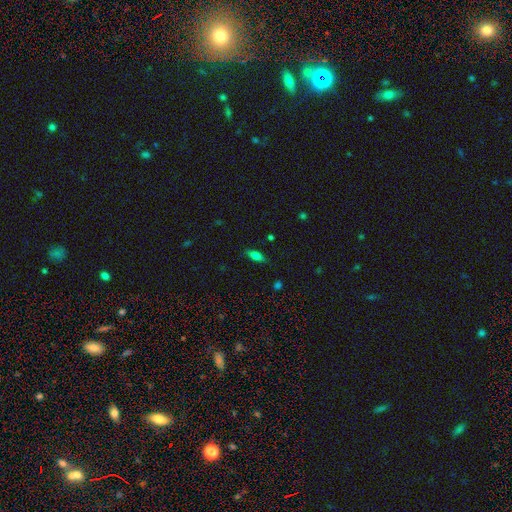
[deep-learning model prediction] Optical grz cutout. It shows a smooth galaxy with no disk features (70%) that is in between round and cigar-shaped (71%). Merging: none (81%).